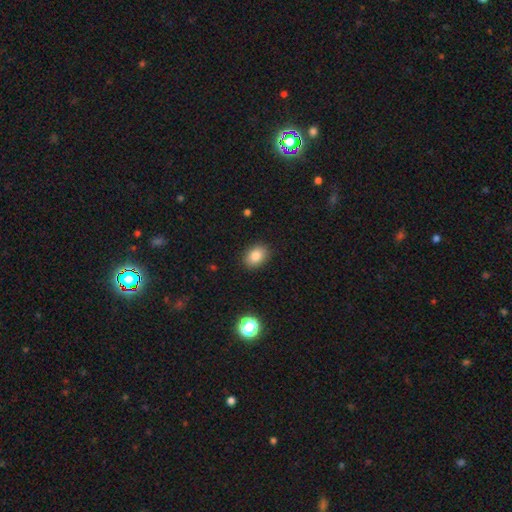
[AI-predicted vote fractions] Q: Smooth or featured?
A: smooth (85%); runner-up: star or artifact (10%)
Q: How rounded?
A: in between (72%); runner-up: round (27%)
Q: Merging?
A: none (88%); runner-up: minor disturbance (9%)